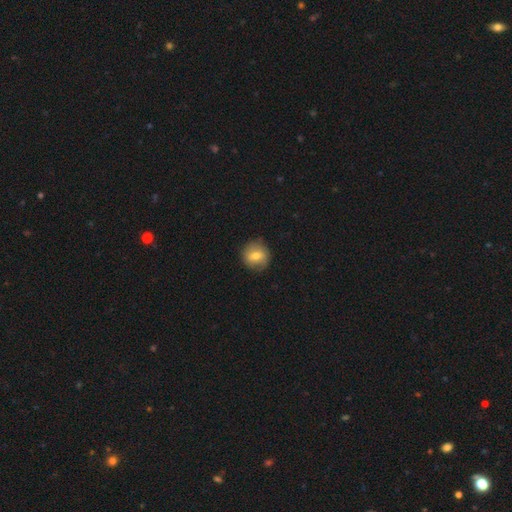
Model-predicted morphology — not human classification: smooth-or-featured: smooth: 63% | featured or disk: 28% | star or artifact: 9%
  how-rounded: round: 88% | in between: 11% | cigar-shaped: 1%
  merging: none: 83% | minor disturbance: 13% | major disturbance: 3% | merger: 1%